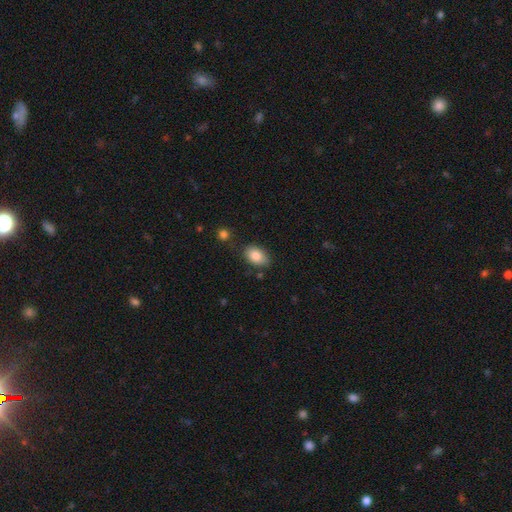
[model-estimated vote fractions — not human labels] The model was most divided on "merging": none: 76%, minor disturbance: 17%, merger: 4%, major disturbance: 4%. More confident: how rounded — in between (86%); smooth or featured — smooth (84%).